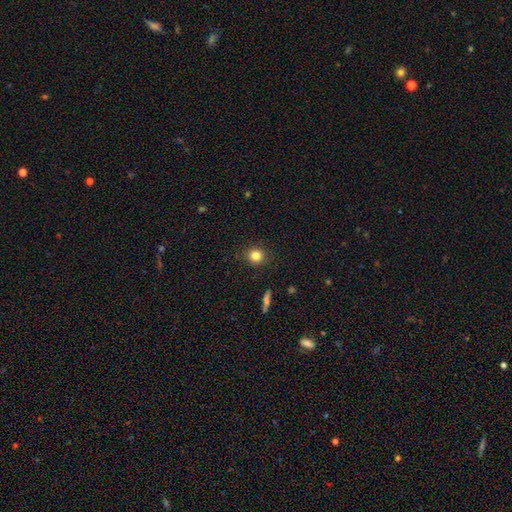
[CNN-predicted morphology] The model was most divided on "smooth or featured": smooth: 82%, star or artifact: 12%, featured or disk: 6%. More confident: merging — none (90%); how rounded — round (88%).